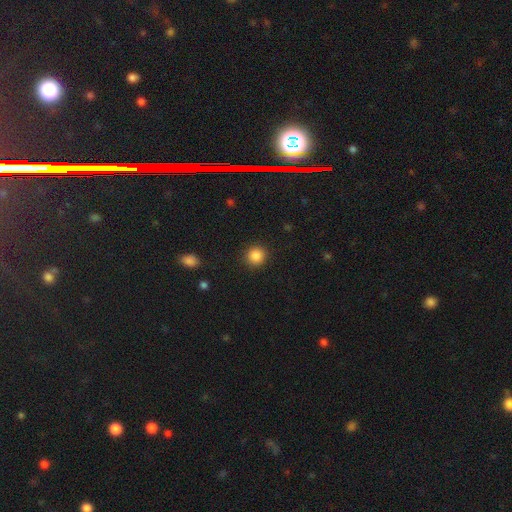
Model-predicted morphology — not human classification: Smooth or featured? Predicted: smooth (p=0.87). How rounded? Predicted: round (p=0.93). Merging? Predicted: none (p=0.91).